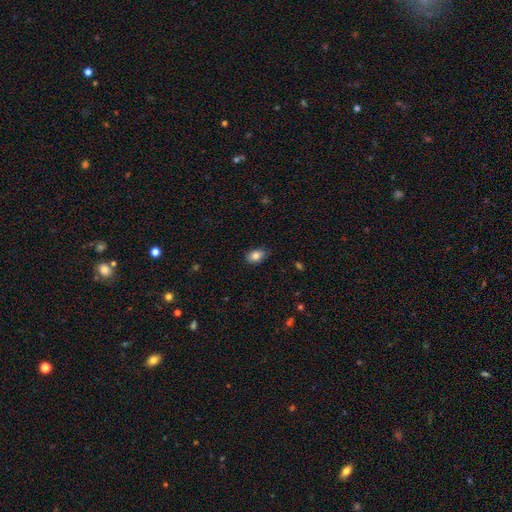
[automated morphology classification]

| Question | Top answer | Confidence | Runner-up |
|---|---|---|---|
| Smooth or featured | smooth | 83% | featured or disk (9%) |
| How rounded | in between | 84% | round (15%) |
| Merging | none | 80% | minor disturbance (16%) |